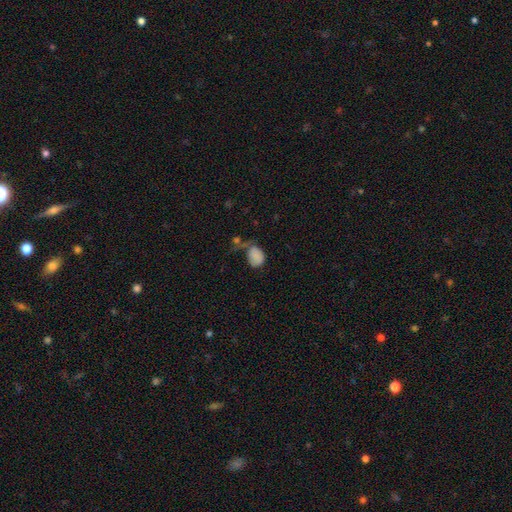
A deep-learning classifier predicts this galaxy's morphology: type=smooth (80%); roundness=in between (69%); merging=none (33%).